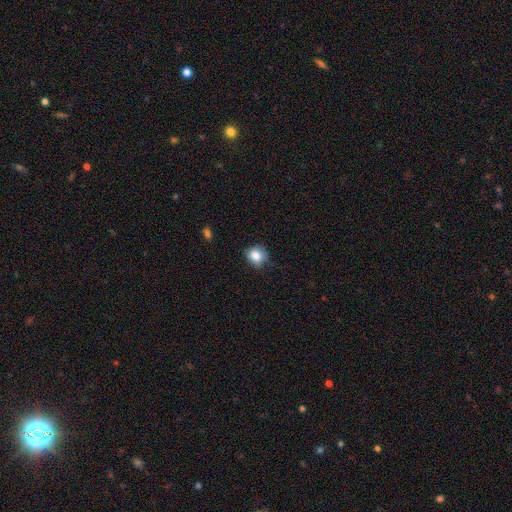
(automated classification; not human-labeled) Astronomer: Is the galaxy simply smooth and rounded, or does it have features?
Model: smooth — 83%.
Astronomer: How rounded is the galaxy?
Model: round — 83%.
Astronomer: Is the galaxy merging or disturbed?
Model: none — 76%.